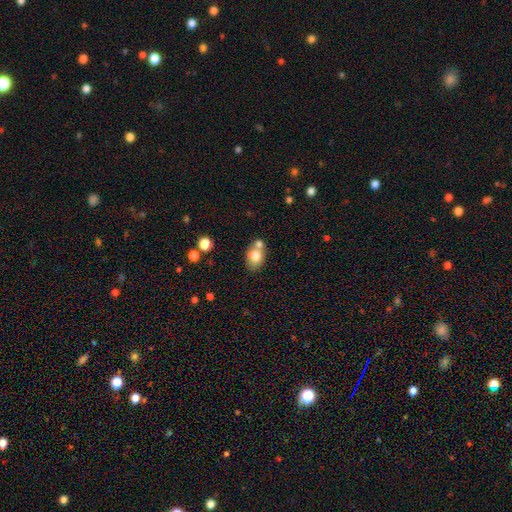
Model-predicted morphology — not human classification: smooth_or_featured: smooth (p=0.76) [alt: featured or disk p=0.15]
how_rounded: in between (p=0.67) [alt: round p=0.31]
merging: none (p=0.50) [alt: merger p=0.34]